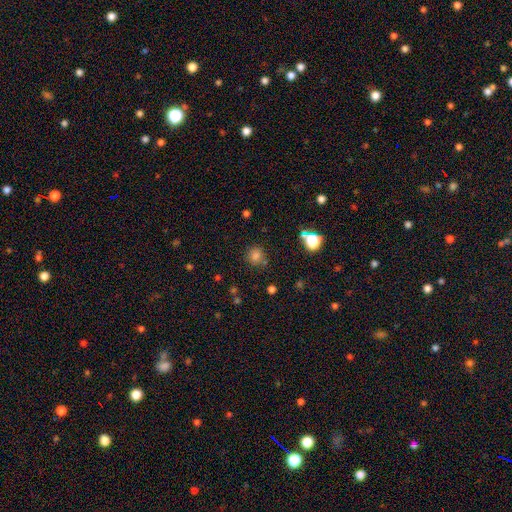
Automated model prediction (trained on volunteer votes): Smooth or featured? smooth (77%)
How rounded? round (86%)
Merging? none (76%)